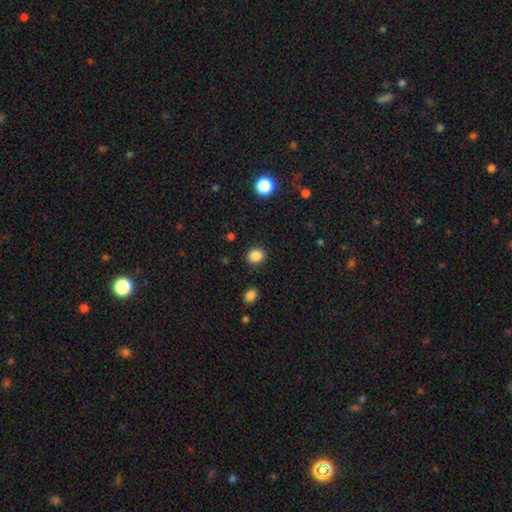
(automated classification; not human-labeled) Smooth or featured: smooth — 86% (star or artifact — 10%)
How rounded: round — 68% (in between — 31%)
Merging: none — 88% (minor disturbance — 8%)